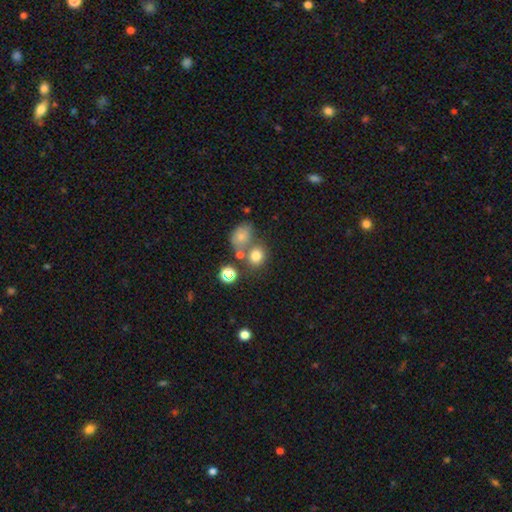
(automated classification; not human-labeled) Q: Smooth or featured?
A: smooth (75%); runner-up: star or artifact (15%)
Q: How rounded?
A: round (66%); runner-up: in between (33%)
Q: Merging?
A: none (51%); runner-up: merger (32%)